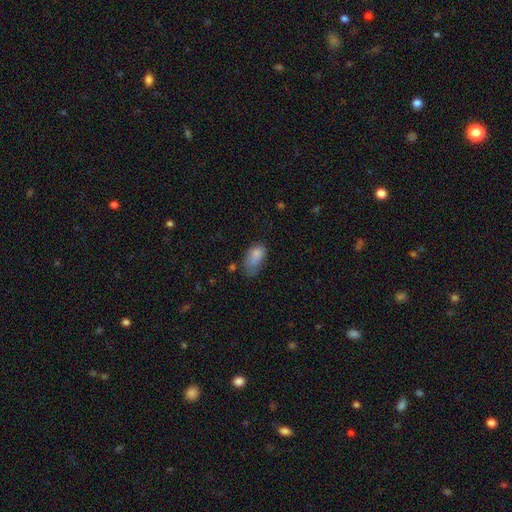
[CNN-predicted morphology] Q: Smooth or featured?
A: smooth (82%); runner-up: featured or disk (9%)
Q: How rounded?
A: in between (91%); runner-up: round (5%)
Q: Merging?
A: minor disturbance (39%); runner-up: none (32%)